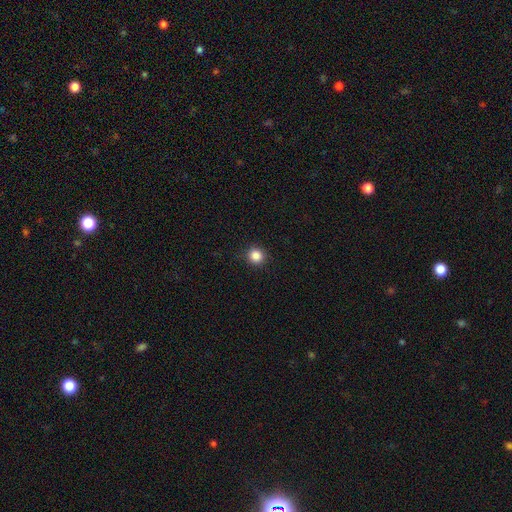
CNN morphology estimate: Q: Smooth or featured?
A: smooth (86%); runner-up: star or artifact (11%)
Q: How rounded?
A: round (93%); runner-up: in between (6%)
Q: Merging?
A: none (91%); runner-up: minor disturbance (6%)